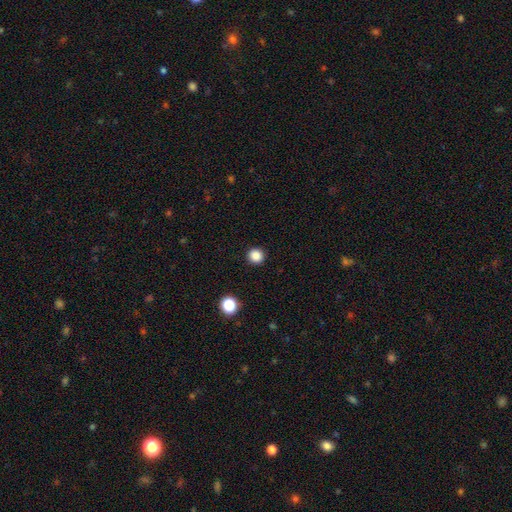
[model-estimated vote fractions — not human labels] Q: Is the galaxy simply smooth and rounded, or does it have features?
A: smooth — 86%.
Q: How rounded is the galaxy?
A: round — 93%.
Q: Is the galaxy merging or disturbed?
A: none — 93%.